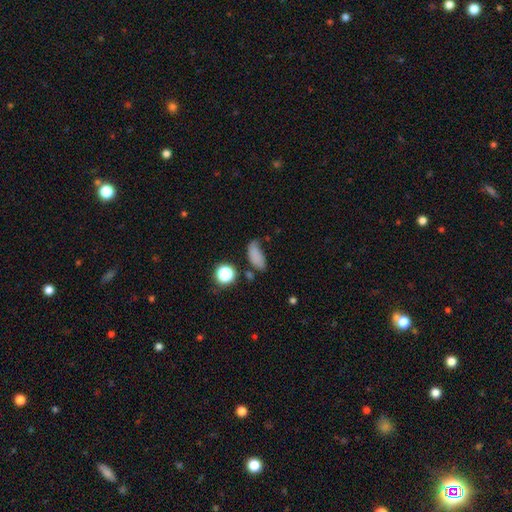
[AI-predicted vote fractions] A smooth galaxy with no disk features (76%) that is in between round and cigar-shaped (81%).

Vote fractions:
- Smooth or featured? smooth: 76% / star or artifact: 15% / featured or disk: 10%
- How rounded? in between: 81% / cigar-shaped: 9% / round: 9%
- Merging? none: 55% / minor disturbance: 28% / major disturbance: 10% / merger: 6%